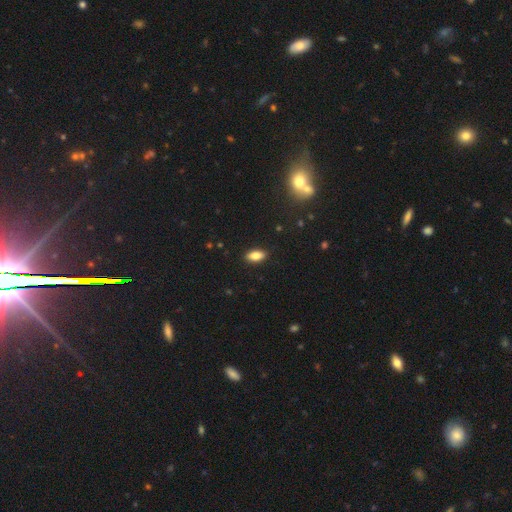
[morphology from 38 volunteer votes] Volunteers were most divided on "smooth or featured": smooth: 82%, featured or disk: 18%, star or artifact: 0%. More confident: merging — none (92%); how rounded — in between (90%).